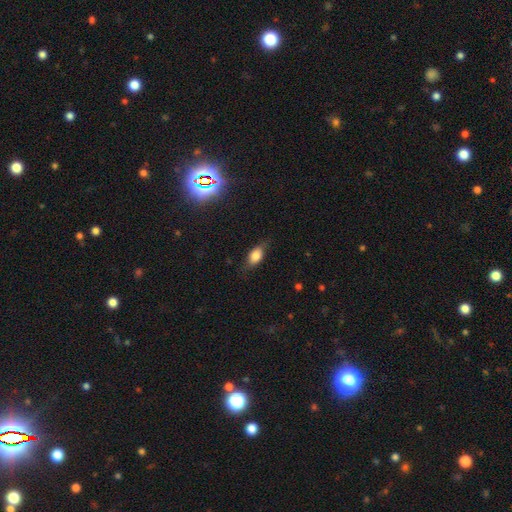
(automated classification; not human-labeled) Smooth or featured? smooth (75%)
How rounded? in between (84%)
Merging? none (73%)